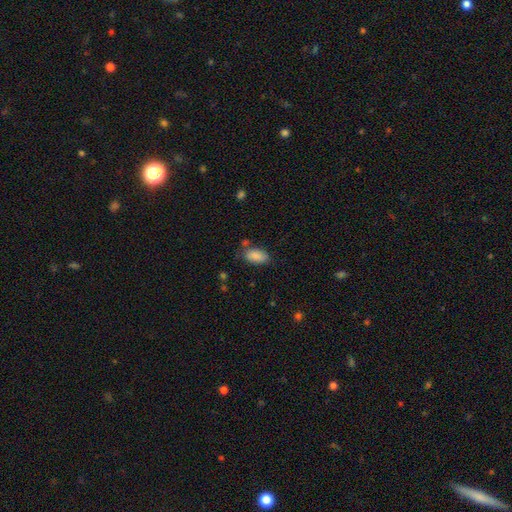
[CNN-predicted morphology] Smooth or featured? Predicted: smooth (p=0.88). How rounded? Predicted: in between (p=0.93). Merging? Predicted: none (p=0.69).